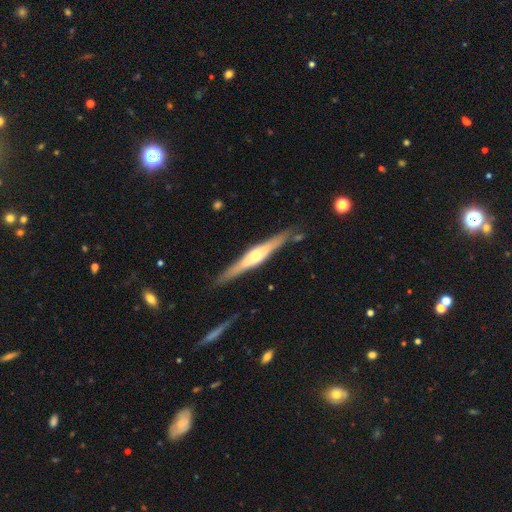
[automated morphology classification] This appears to be a featured or disk galaxy (72%) viewed edge-on (96%) with a rounded central bulge (88%). Merging: none (85%).